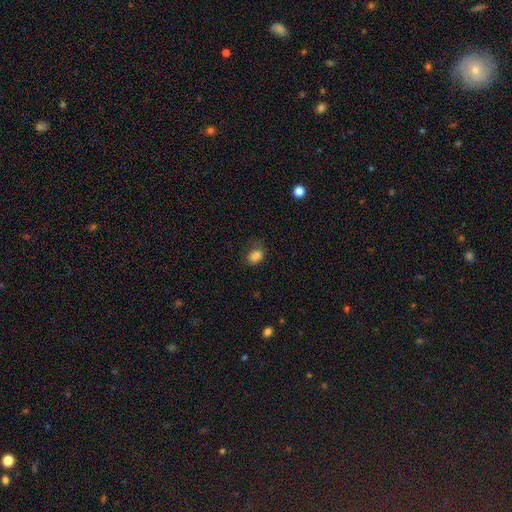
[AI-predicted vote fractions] Smooth or featured? smooth (85%)
How rounded? in between (75%)
Merging? none (68%)